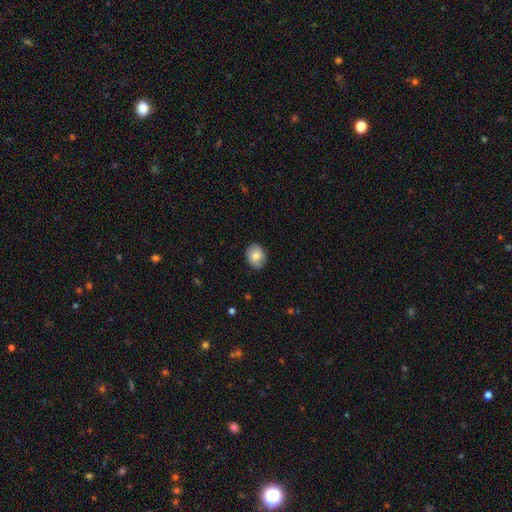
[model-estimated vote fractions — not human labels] smooth 80%, featured or disk 13%, star or artifact 7%. Down the decision tree: how rounded — round (53%); merging — none (86%).